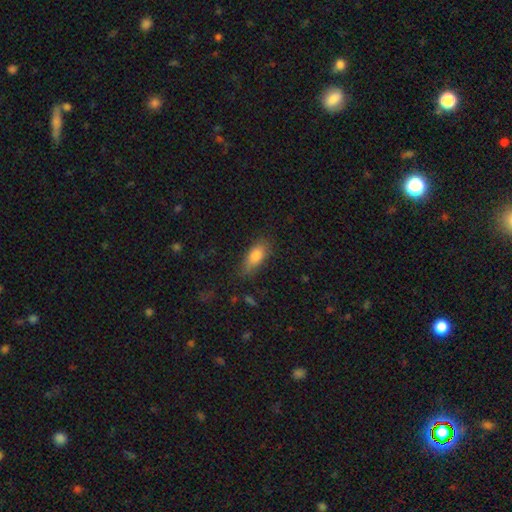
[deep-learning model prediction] Q: Smooth or featured?
A: smooth (82%); runner-up: featured or disk (10%)
Q: How rounded?
A: in between (80%); runner-up: cigar-shaped (16%)
Q: Merging?
A: none (70%); runner-up: minor disturbance (22%)